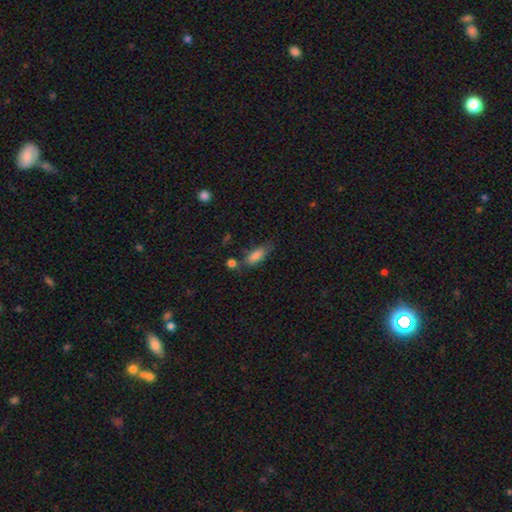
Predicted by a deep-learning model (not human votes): A smooth galaxy with no disk features (81%) that is in between round and cigar-shaped (76%).

Vote fractions:
- Smooth or featured? smooth: 81% / featured or disk: 10% / star or artifact: 8%
- How rounded? in between: 76% / cigar-shaped: 21% / round: 3%
- Merging? none: 51% / minor disturbance: 27% / merger: 11% / major disturbance: 10%